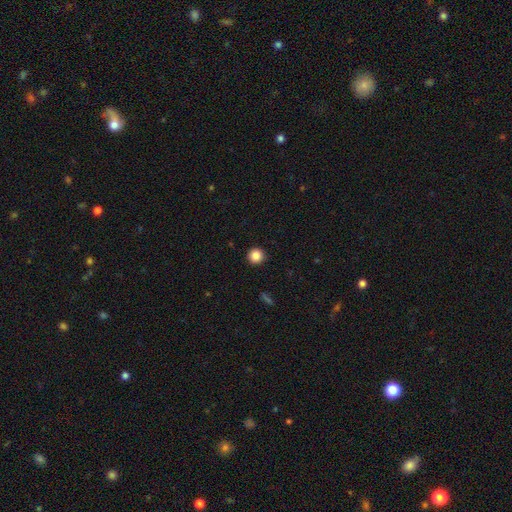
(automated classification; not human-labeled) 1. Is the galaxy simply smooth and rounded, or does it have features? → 87% smooth, 10% star or artifact, 3% featured or disk.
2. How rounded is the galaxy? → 96% round, 3% in between, 1% cigar-shaped.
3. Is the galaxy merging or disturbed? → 93% none, 4% minor disturbance, 2% major disturbance, 1% merger.